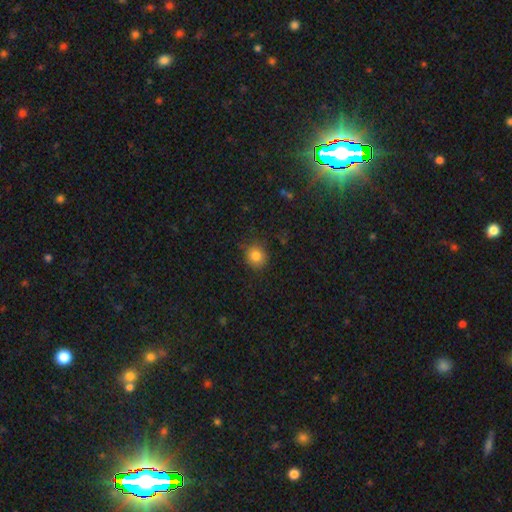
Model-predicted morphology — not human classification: smooth_or_featured: smooth (p=0.82) [alt: star or artifact p=0.12]
how_rounded: round (p=0.85) [alt: in between p=0.14]
merging: none (p=0.83) [alt: minor disturbance p=0.12]